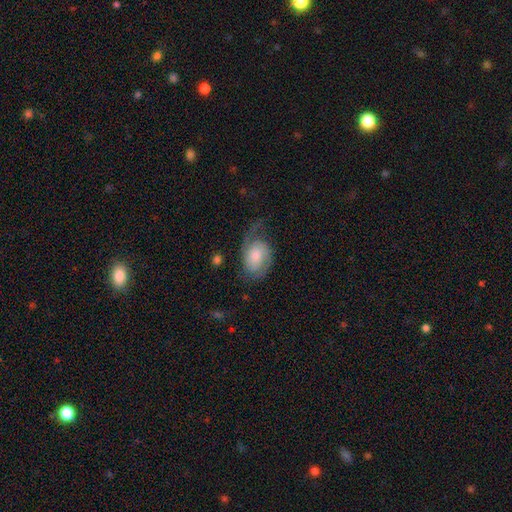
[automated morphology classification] featured or disk 65%, smooth 28%, star or artifact 7%. Down the decision tree: edge-on disk — no (97%); bar — no (69%); spiral arms — yes (92%); spiral arm count — 2 (75%); spiral winding — medium (40%); bulge size — moderate (40%); merging — none (47%).